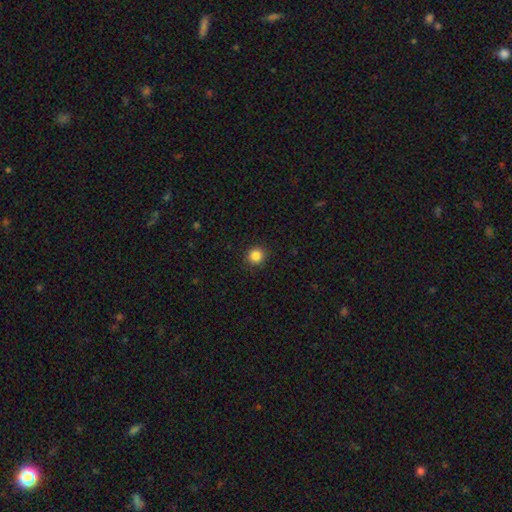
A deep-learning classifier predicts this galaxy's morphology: smooth 85%, star or artifact 11%, featured or disk 4%. Down the decision tree: how rounded — round (94%); merging — none (92%).